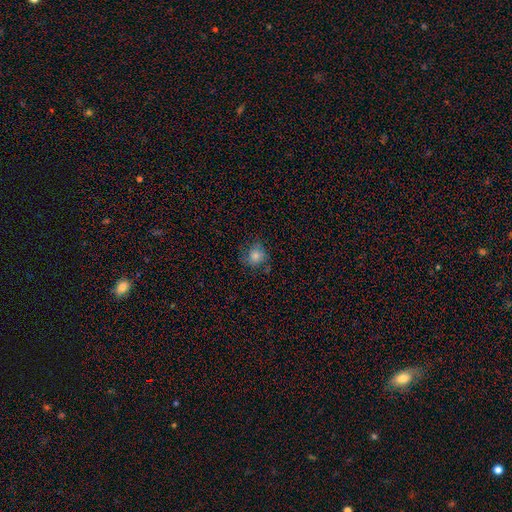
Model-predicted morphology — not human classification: This is likely a smooth galaxy (75%). How rounded: clearly round (83%). Merging: likely none (67%).